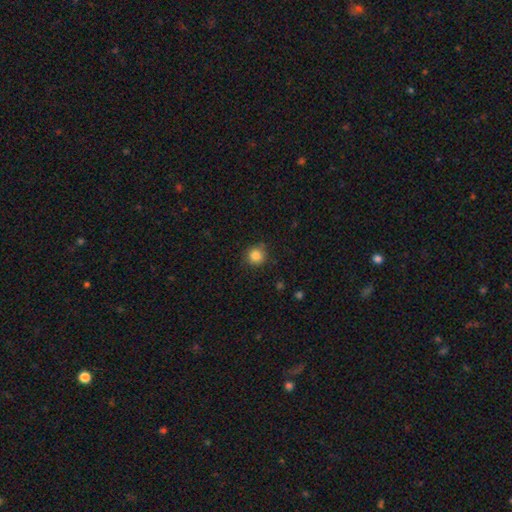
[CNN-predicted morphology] The model was most divided on "smooth or featured": smooth: 84%, star or artifact: 11%, featured or disk: 5%. More confident: how rounded — round (92%); merging — none (87%).